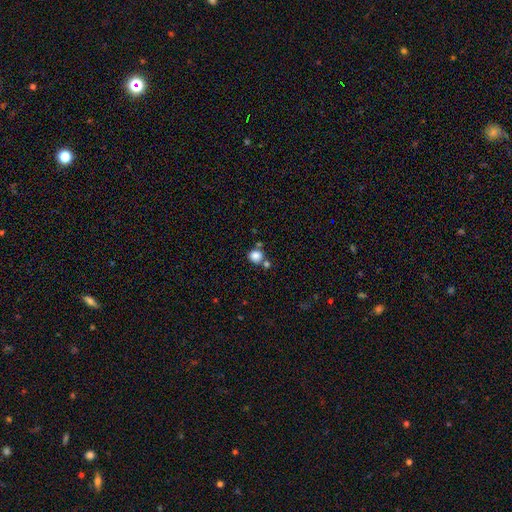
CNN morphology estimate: The model was most divided on "merging": none: 66%, merger: 19%, minor disturbance: 11%, major disturbance: 4%. More confident: how rounded — round (86%); smooth or featured — smooth (84%).